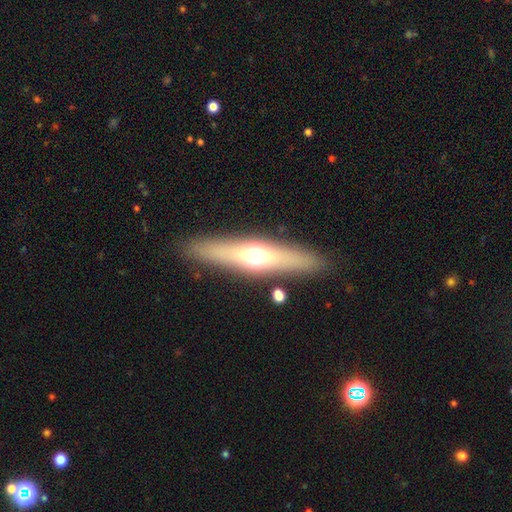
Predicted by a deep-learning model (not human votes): Smooth or featured?
  - featured or disk: 47% *
  - smooth: 45%
  - star or artifact: 8%
Merging?
  - none: 87% *
  - minor disturbance: 8%
  - major disturbance: 3%
  - merger: 2%